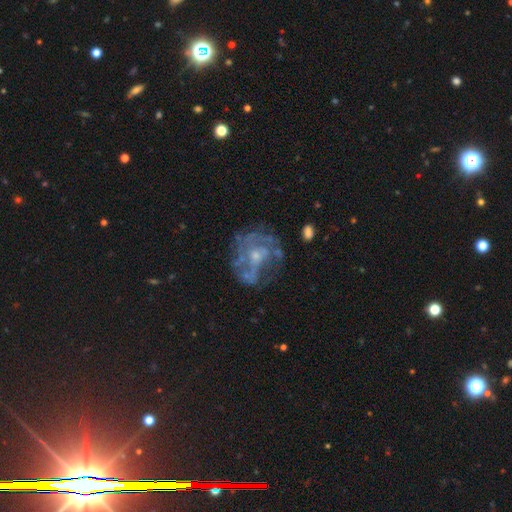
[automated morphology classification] smooth_or_featured: featured or disk (p=0.77) [alt: smooth p=0.13]
disk_edge_on: no (p=0.98) [alt: yes p=0.02]
bar: no (p=0.77) [alt: weak p=0.19]
has_spiral_arms: yes (p=0.64) [alt: no p=0.36]
bulge_size: small (p=0.58) [alt: moderate p=0.34]
merging: none (p=0.55) [alt: major disturbance p=0.21]